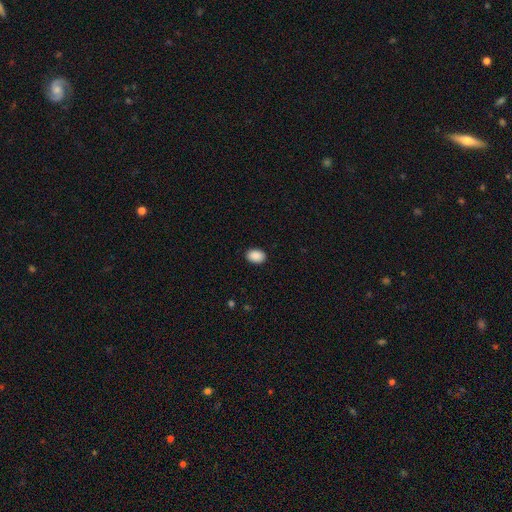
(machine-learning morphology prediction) A smooth galaxy with no disk features (90%) that is in between round and cigar-shaped (81%).

Vote fractions:
- Smooth or featured? smooth: 90% / star or artifact: 7% / featured or disk: 2%
- How rounded? in between: 81% / round: 18% / cigar-shaped: 1%
- Merging? none: 90% / minor disturbance: 7% / major disturbance: 2% / merger: 1%